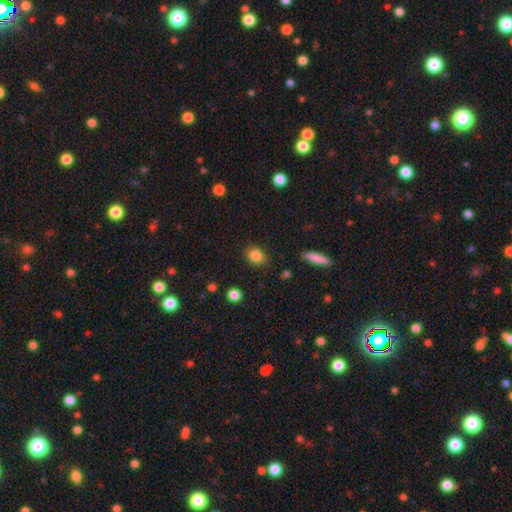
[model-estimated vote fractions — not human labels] This is clearly a smooth galaxy (85%). How rounded: possibly round (53%). Merging: clearly none (85%).